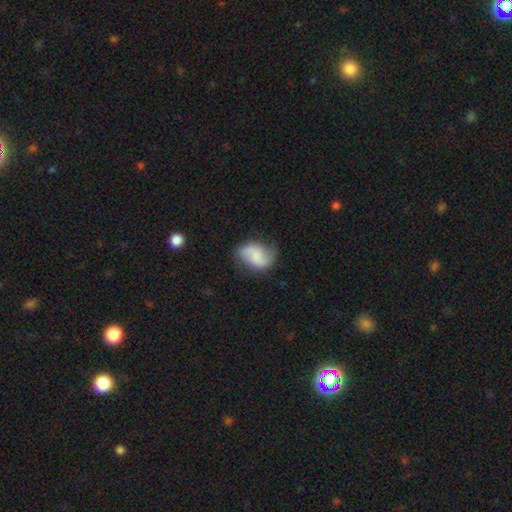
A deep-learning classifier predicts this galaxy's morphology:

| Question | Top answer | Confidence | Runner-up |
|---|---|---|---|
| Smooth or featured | smooth | 47% | featured or disk (45%) |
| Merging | none | 64% | minor disturbance (25%) |